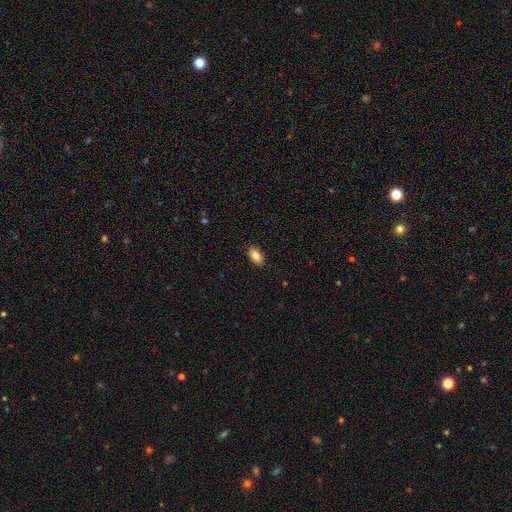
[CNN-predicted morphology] Overall: smooth (85%). How rounded: in between (91%). Merging: none (89%).